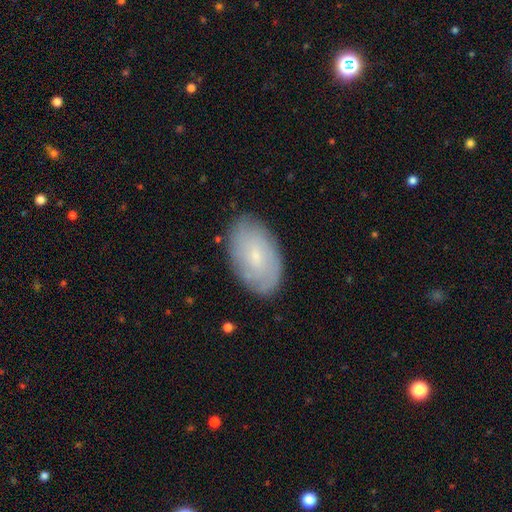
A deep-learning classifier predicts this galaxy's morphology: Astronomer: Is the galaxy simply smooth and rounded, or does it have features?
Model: smooth — 50% (runner-up: featured or disk, 42%).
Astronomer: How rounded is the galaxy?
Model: in between — 93%.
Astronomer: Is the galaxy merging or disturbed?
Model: none — 83%.